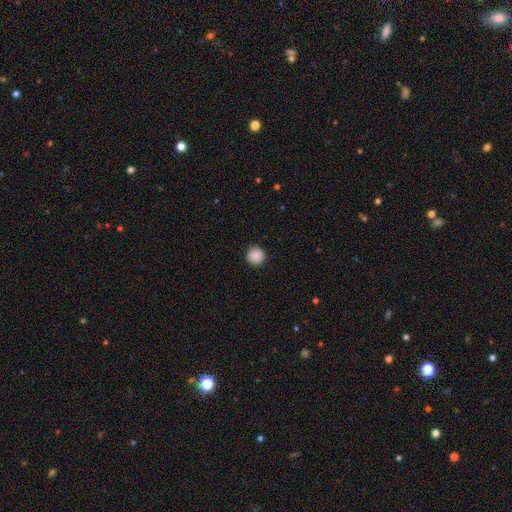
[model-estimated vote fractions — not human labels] Smooth or featured? smooth (88%)
How rounded? round (95%)
Merging? none (90%)